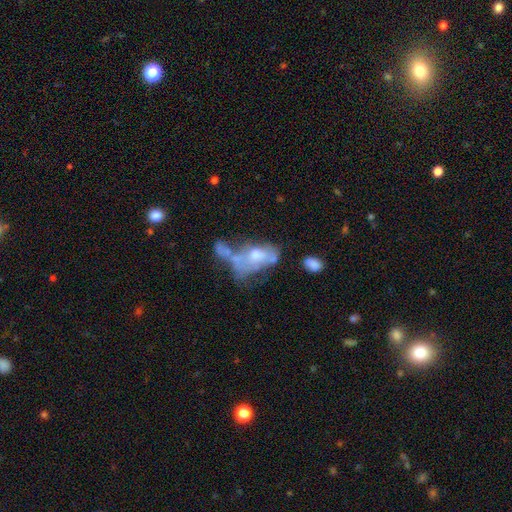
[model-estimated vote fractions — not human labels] smooth-or-featured: featured or disk: 54% | smooth: 34% | star or artifact: 12%
  disk-edge-on: no: 92% | yes: 8%
  merging: merger: 40% | major disturbance: 29% | none: 17% | minor disturbance: 14%